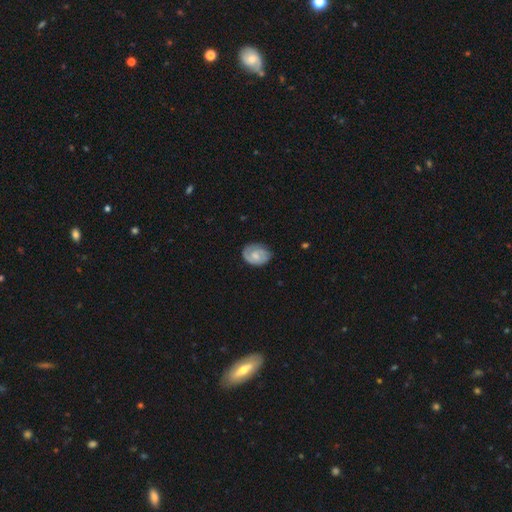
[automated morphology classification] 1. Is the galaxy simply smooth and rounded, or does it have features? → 60% featured or disk, 33% smooth, 6% star or artifact.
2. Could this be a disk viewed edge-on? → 97% no, 3% yes.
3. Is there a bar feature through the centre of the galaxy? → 63% no, 33% weak, 4% strong.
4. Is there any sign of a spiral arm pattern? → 88% yes, 12% no.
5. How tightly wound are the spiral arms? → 57% tight, 32% medium, 11% loose.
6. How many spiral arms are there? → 54% 2, 21% can't tell, 16% 1, 6% 3, 2% 4, 2% more than 4.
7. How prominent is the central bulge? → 45% small, 41% moderate, 10% none, 3% large, 1% dominant.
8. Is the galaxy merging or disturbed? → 71% none, 22% minor disturbance, 6% major disturbance, 1% merger.